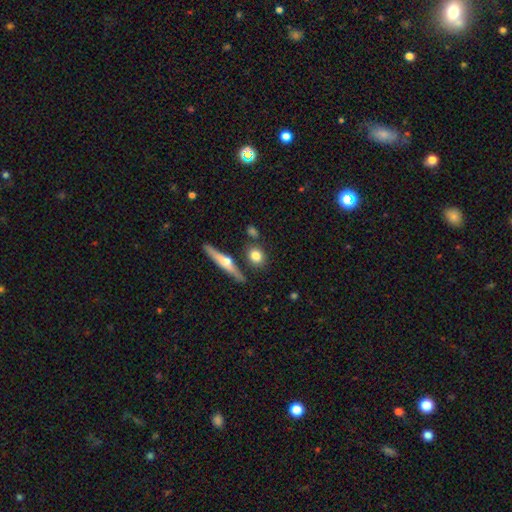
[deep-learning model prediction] The model was most divided on "how rounded": round: 67%, in between: 24%, cigar-shaped: 8%. More confident: smooth or featured — smooth (75%); merging — none (74%).